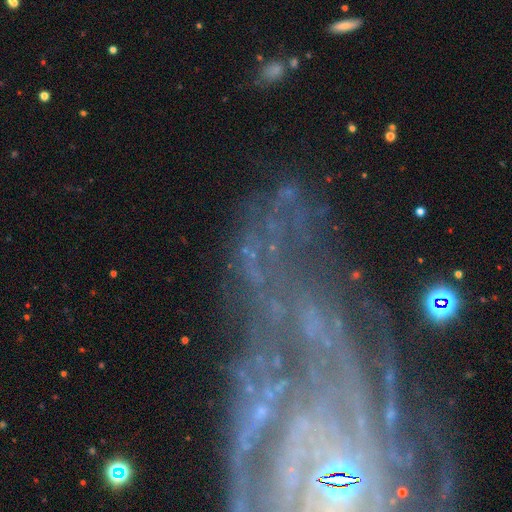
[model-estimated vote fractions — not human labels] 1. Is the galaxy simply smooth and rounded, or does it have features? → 77% featured or disk, 14% star or artifact, 9% smooth.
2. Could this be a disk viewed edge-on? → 94% no, 6% yes.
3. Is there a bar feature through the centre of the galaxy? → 52% no, 28% weak, 20% strong.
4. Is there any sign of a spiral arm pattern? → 92% yes, 8% no.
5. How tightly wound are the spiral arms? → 69% tight, 23% medium, 8% loose.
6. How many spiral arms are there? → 27% can't tell, 19% 2, 16% 3, 13% 4, 13% more than 4, 12% 1.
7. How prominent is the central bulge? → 60% small, 25% moderate, 7% none, 5% large, 3% dominant.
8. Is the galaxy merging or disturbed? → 65% none, 17% minor disturbance, 14% major disturbance, 5% merger.